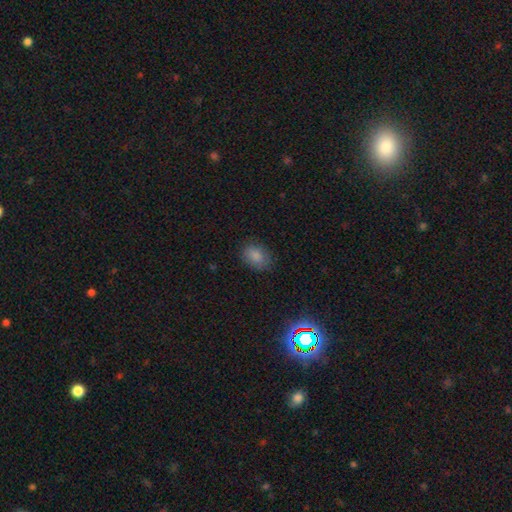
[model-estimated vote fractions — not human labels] This appears to be a smooth galaxy with no disk features (84%) that is in between round and cigar-shaped (72%). Merging: none (80%).